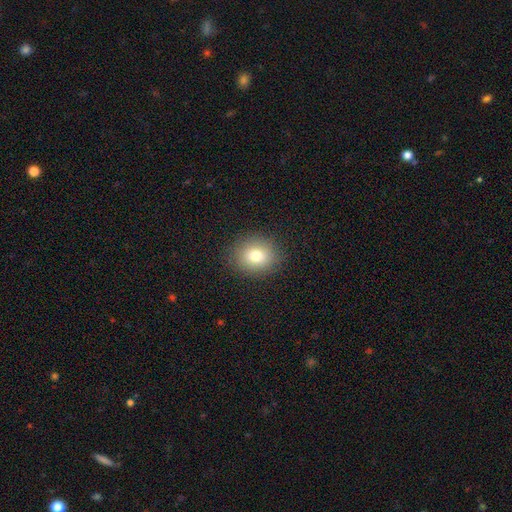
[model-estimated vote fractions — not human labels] The model was most divided on "how rounded": round: 72%, in between: 27%, cigar-shaped: 1%. More confident: merging — none (89%); smooth or featured — smooth (78%).